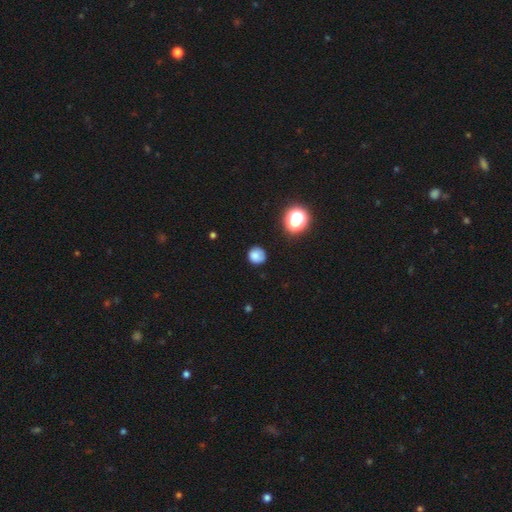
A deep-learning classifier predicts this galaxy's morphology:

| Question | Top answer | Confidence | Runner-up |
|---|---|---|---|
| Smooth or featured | smooth | 80% | star or artifact (13%) |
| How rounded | round | 89% | in between (10%) |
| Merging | none | 79% | minor disturbance (16%) |